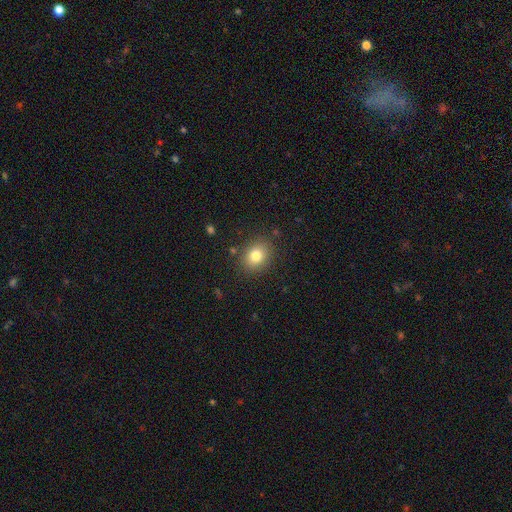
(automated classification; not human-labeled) Smooth or featured: smooth — 80% (star or artifact — 11%)
How rounded: round — 55% (in between — 44%)
Merging: none — 86% (minor disturbance — 10%)